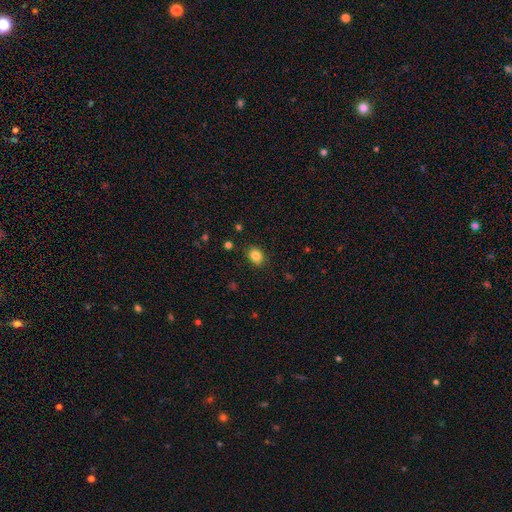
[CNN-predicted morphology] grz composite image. It shows a smooth galaxy with no disk features (84%) that is in between round and cigar-shaped (55%). Merging: none (87%).